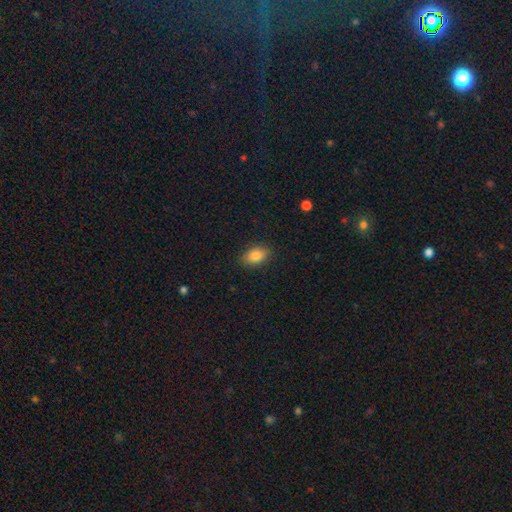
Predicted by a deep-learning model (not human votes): Smooth or featured?
  - smooth: 84% *
  - star or artifact: 8%
  - featured or disk: 7%
How rounded?
  - in between: 87% *
  - round: 11%
  - cigar-shaped: 2%
Merging?
  - none: 86% *
  - minor disturbance: 10%
  - major disturbance: 2%
  - merger: 1%